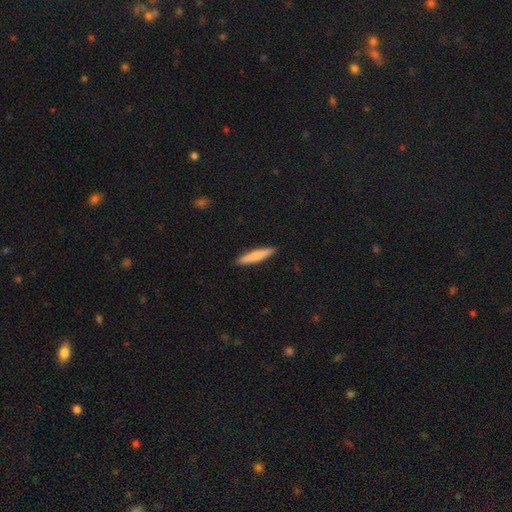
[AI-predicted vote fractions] smooth-or-featured: smooth: 74% | featured or disk: 21% | star or artifact: 5%
  how-rounded: cigar-shaped: 91% | in between: 8% | round: 1%
  merging: none: 91% | minor disturbance: 6% | major disturbance: 1% | merger: 1%